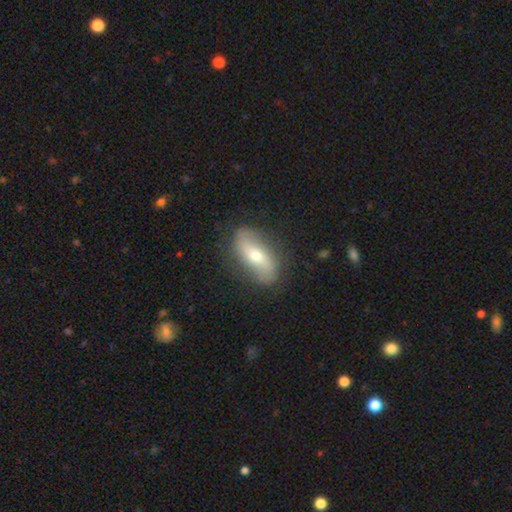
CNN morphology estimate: The model was most divided on "smooth or featured": featured or disk: 57%, smooth: 36%, star or artifact: 7%. More confident: edge-on disk — no (82%); merging — none (82%).